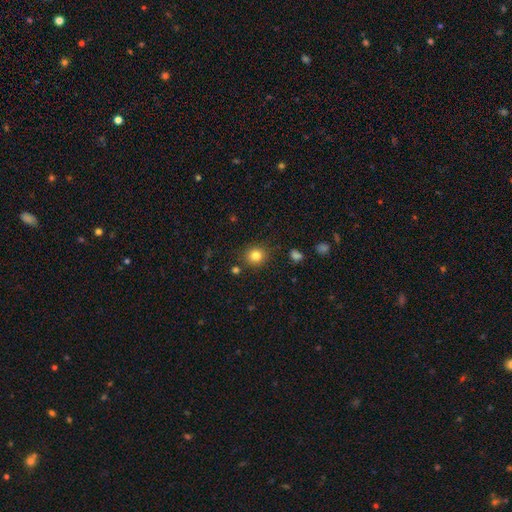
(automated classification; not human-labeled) Q: Smooth or featured?
A: smooth (82%); runner-up: star or artifact (12%)
Q: How rounded?
A: round (86%); runner-up: in between (13%)
Q: Merging?
A: none (86%); runner-up: minor disturbance (9%)